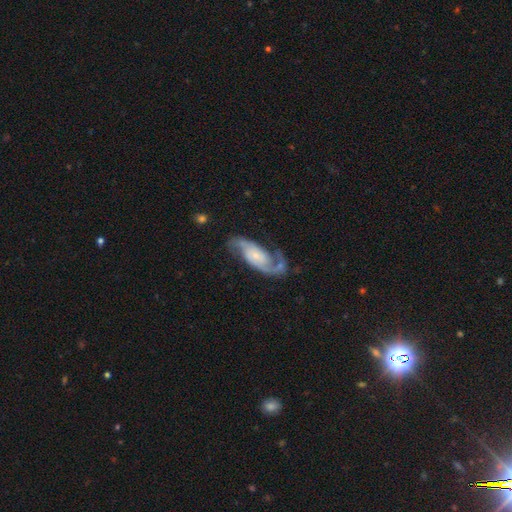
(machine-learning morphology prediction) type=featured or disk (87%); edge-on=no (96%); bar=no (61%); spiral arms=yes (97%); winding=medium (43%); arm count=2 (91%); bulge=small (63%); merging=none (70%).